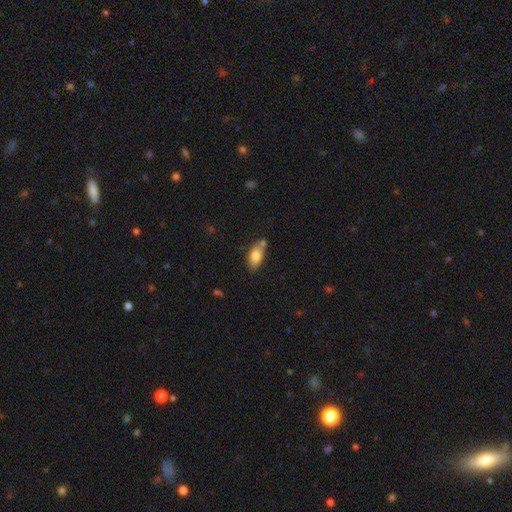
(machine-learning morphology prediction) This appears to be a smooth galaxy with no disk features (78%) that is in between round and cigar-shaped (89%). Merging: none (58%).